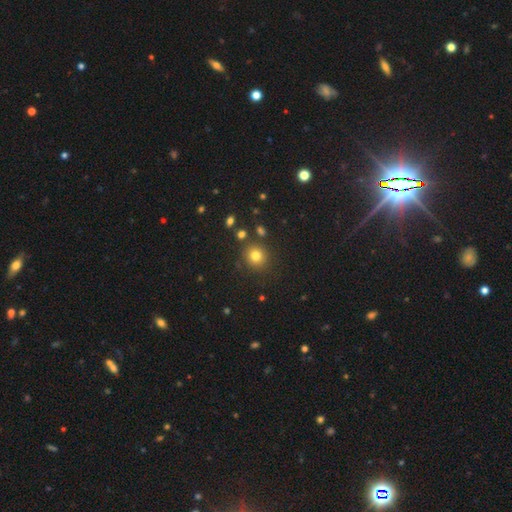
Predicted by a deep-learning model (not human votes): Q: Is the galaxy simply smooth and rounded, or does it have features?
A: smooth — 78%.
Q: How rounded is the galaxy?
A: round — 84%.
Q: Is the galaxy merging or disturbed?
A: none — 84%.